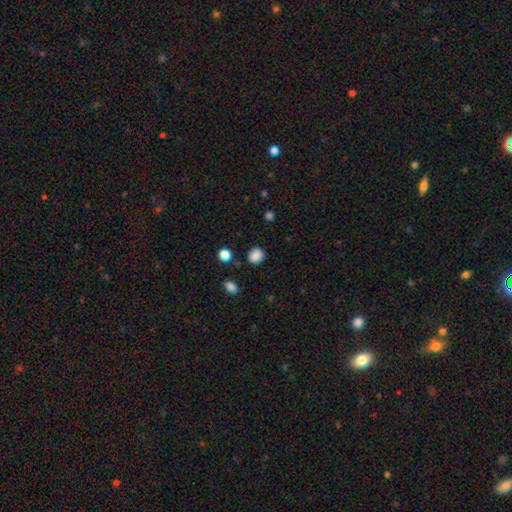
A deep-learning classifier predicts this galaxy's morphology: A smooth galaxy with no disk features (87%) that is round (66%).

Vote fractions:
- Smooth or featured? smooth: 87% / star or artifact: 10% / featured or disk: 3%
- How rounded? round: 66% / in between: 33% / cigar-shaped: 1%
- Merging? none: 85% / minor disturbance: 10% / major disturbance: 3% / merger: 3%